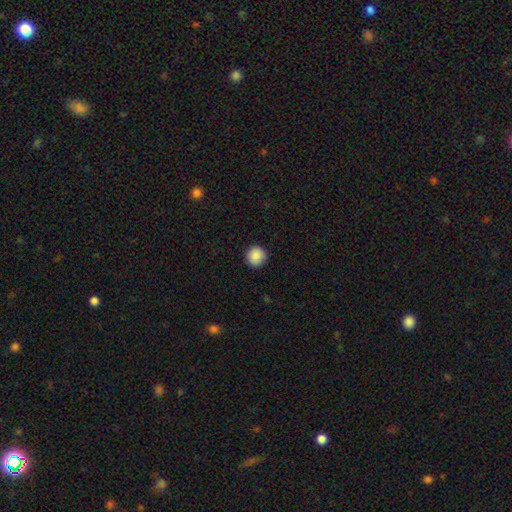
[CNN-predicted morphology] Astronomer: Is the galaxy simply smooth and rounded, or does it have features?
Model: smooth — 89%.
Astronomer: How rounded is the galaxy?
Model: round — 95%.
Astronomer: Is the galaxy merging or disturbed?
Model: none — 91%.